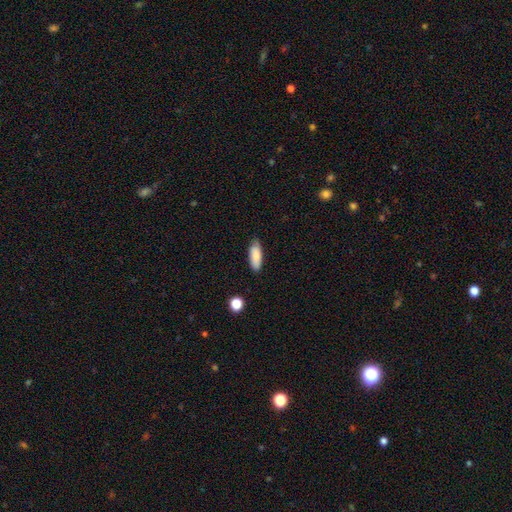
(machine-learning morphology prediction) Q: Smooth or featured?
A: smooth (84%); runner-up: featured or disk (9%)
Q: How rounded?
A: in between (70%); runner-up: cigar-shaped (29%)
Q: Merging?
A: none (82%); runner-up: minor disturbance (14%)